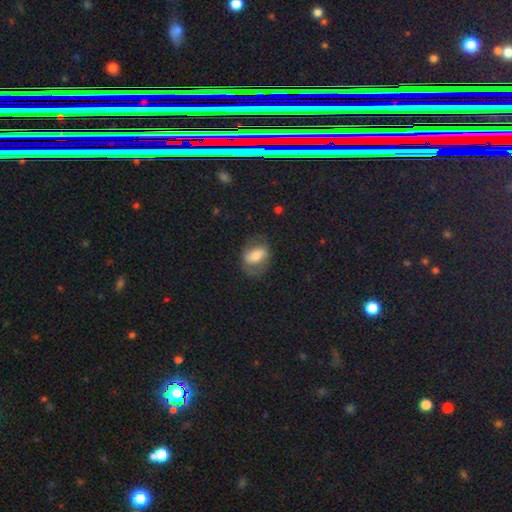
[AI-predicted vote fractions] Smooth or featured? smooth (53%)
How rounded? in between (73%)
Merging? none (64%)